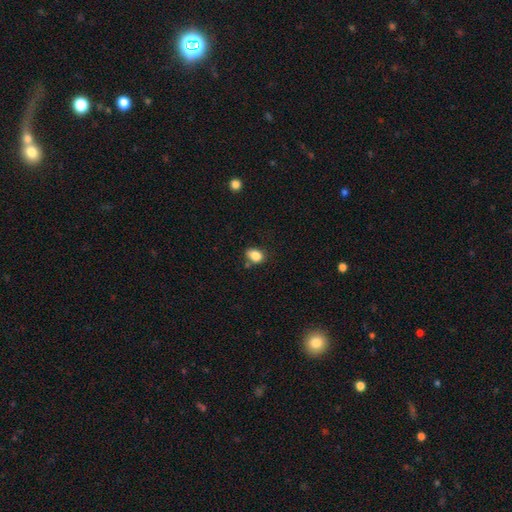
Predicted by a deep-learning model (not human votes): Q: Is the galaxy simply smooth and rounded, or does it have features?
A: smooth — 85%.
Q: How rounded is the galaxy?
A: in between — 68%.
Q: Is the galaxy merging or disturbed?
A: none — 67%.